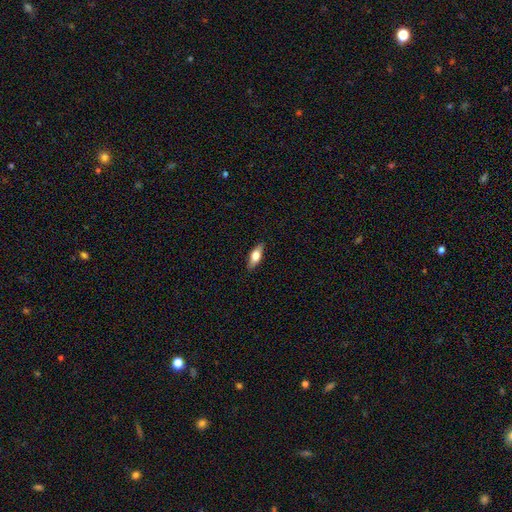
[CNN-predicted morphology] A smooth galaxy with no disk features (61%) that is in between round and cigar-shaped (68%). Merging: none (86%).